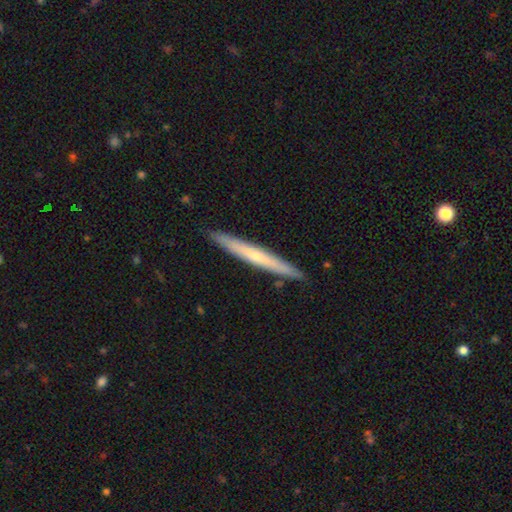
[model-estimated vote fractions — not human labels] smooth_or_featured: smooth (p=0.48) [alt: featured or disk p=0.47]
merging: none (p=0.90) [alt: minor disturbance p=0.07]